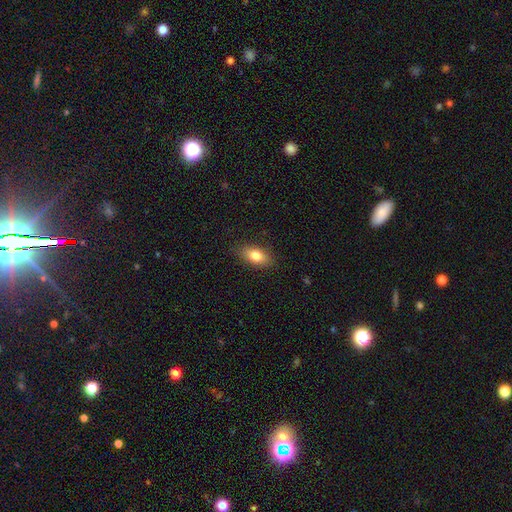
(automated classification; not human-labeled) Q: Smooth or featured?
A: smooth (80%); runner-up: featured or disk (13%)
Q: How rounded?
A: in between (86%); runner-up: cigar-shaped (7%)
Q: Merging?
A: none (86%); runner-up: minor disturbance (10%)